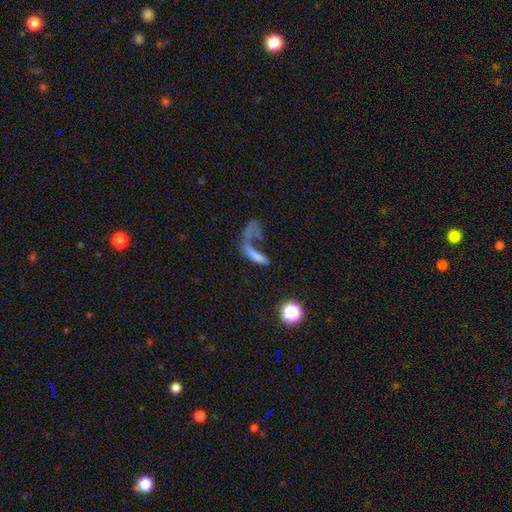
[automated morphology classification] This is likely a smooth galaxy (60%). How rounded: possibly cigar-shaped (53%). Merging: marginally merger (41%).